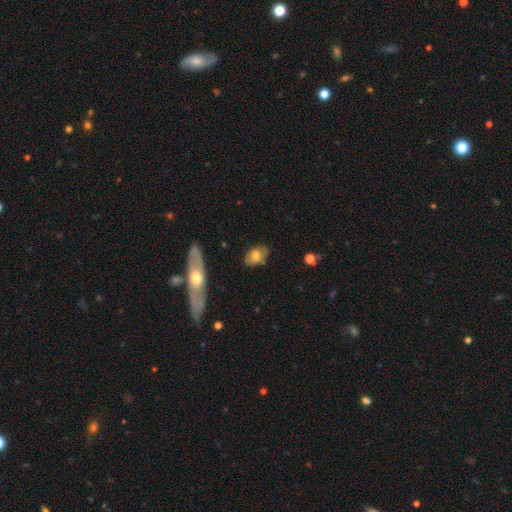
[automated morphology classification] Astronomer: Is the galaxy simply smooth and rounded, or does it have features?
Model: smooth — 68%.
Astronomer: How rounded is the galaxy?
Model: in between — 83%.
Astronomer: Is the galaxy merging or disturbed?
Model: none — 77%.